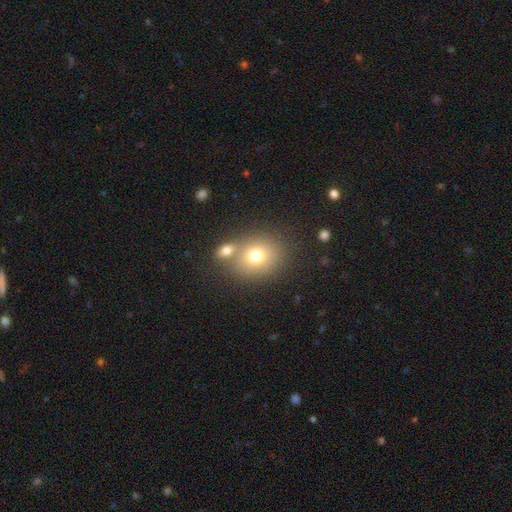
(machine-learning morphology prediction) Q: Smooth or featured?
A: smooth (75%); runner-up: featured or disk (13%)
Q: How rounded?
A: round (61%); runner-up: in between (38%)
Q: Merging?
A: none (58%); runner-up: merger (28%)